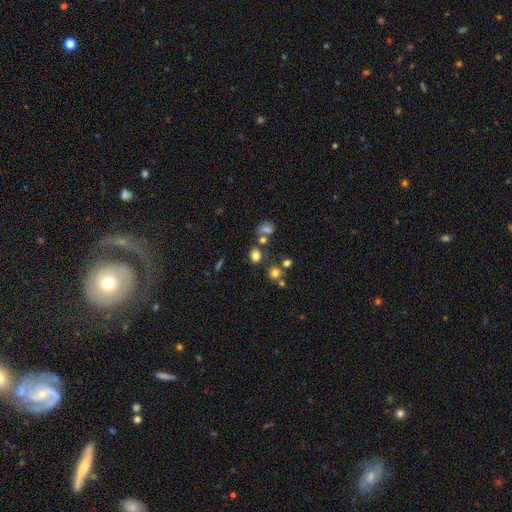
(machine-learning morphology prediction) smooth-or-featured: smooth: 76% | star or artifact: 17% | featured or disk: 8%
  how-rounded: round: 65% | in between: 33% | cigar-shaped: 1%
  merging: none: 66% | merger: 16% | minor disturbance: 13% | major disturbance: 5%